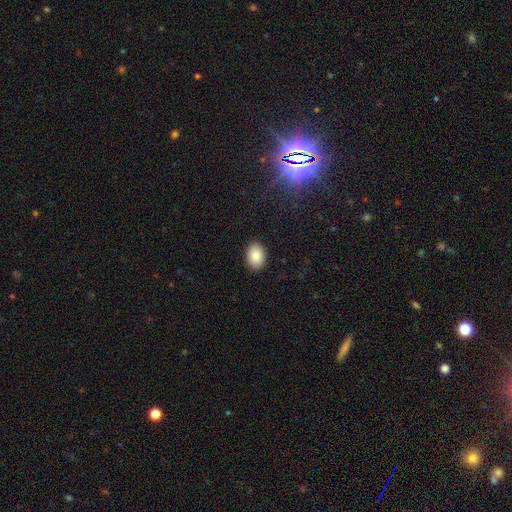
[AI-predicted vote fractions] A smooth galaxy with no disk features (87%) that is in between round and cigar-shaped (81%).

Vote fractions:
- Smooth or featured? smooth: 87% / star or artifact: 7% / featured or disk: 5%
- How rounded? in between: 81% / round: 18% / cigar-shaped: 1%
- Merging? none: 90% / minor disturbance: 7% / major disturbance: 2% / merger: 1%